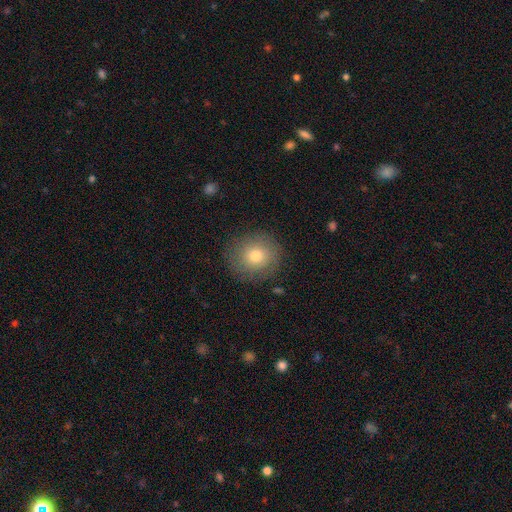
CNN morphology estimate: smooth-or-featured: smooth: 74% | featured or disk: 16% | star or artifact: 10%
  how-rounded: round: 90% | in between: 9% | cigar-shaped: 1%
  merging: none: 85% | minor disturbance: 10% | major disturbance: 4% | merger: 1%